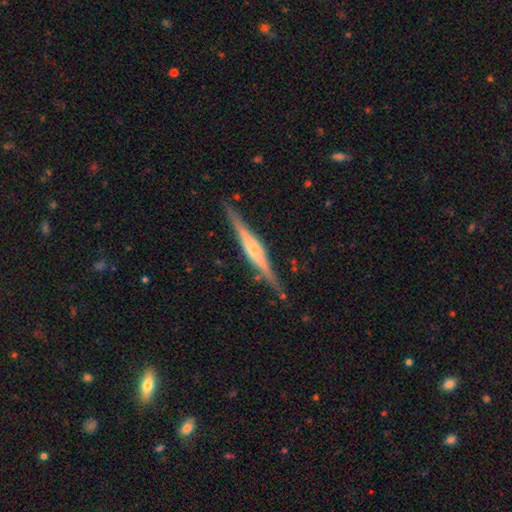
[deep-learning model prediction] A featured or disk galaxy (78%) viewed edge-on (98%) with a rounded central bulge (73%).

Vote fractions:
- Smooth or featured? featured or disk: 78% / smooth: 16% / star or artifact: 6%
- Edge-on disk? yes: 98% / no: 2%
- Edge-on bulge? rounded: 73% / boxy: 17% / none: 10%
- Merging? none: 85% / minor disturbance: 11% / major disturbance: 2% / merger: 2%